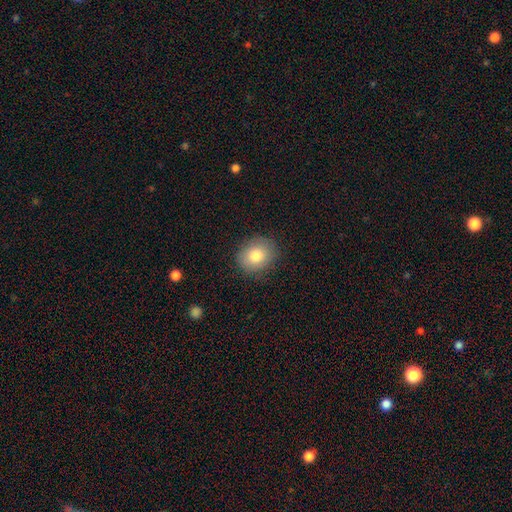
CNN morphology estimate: smooth 80%, featured or disk 11%, star or artifact 9%. Down the decision tree: how rounded — round (64%); merging — none (86%).